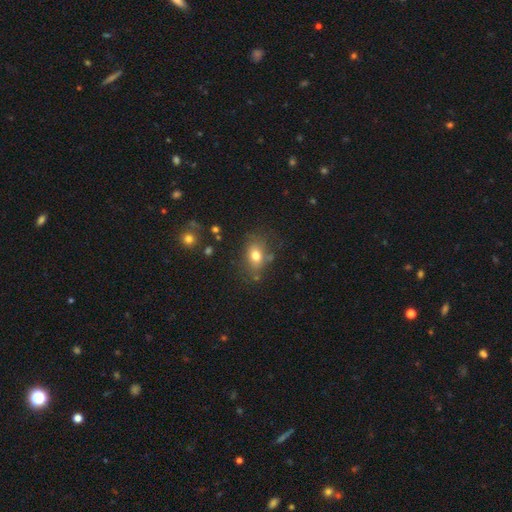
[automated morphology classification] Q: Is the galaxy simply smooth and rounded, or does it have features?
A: smooth — 76%.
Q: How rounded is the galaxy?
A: in between — 71%.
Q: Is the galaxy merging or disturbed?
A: none — 68%.